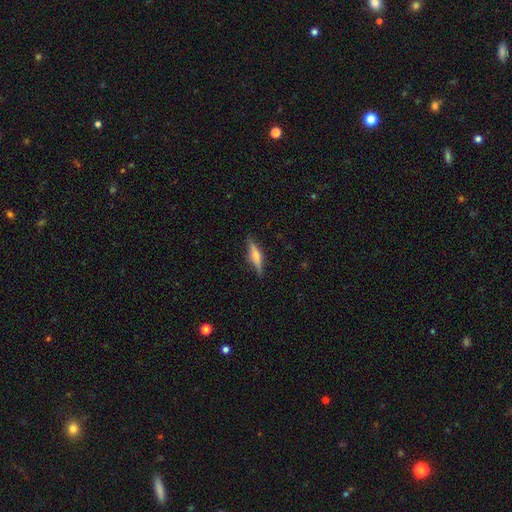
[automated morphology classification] Overall: featured or disk (54%; smooth 39%). Edge-on disk: yes (96%). Edge-on bulge: rounded (79%). Merging: none (87%).